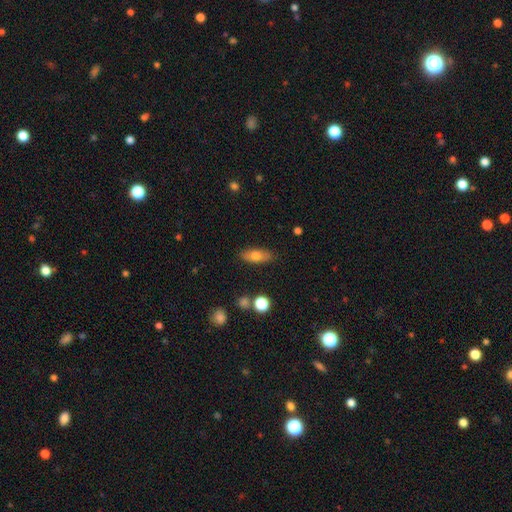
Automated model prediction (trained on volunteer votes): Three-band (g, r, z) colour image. It shows a smooth galaxy with no disk features (72%) that is in between round and cigar-shaped (73%). Merging: none (85%).